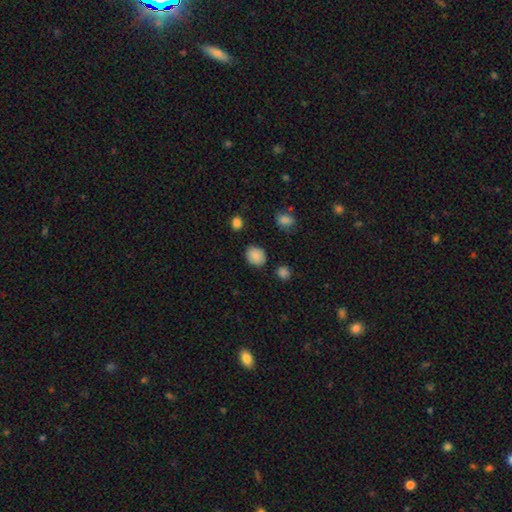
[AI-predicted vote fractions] A smooth galaxy with no disk features (84%) that is round (59%).

Vote fractions:
- Smooth or featured? smooth: 84% / star or artifact: 9% / featured or disk: 7%
- How rounded? round: 59% / in between: 40% / cigar-shaped: 1%
- Merging? none: 83% / minor disturbance: 12% / major disturbance: 3% / merger: 2%